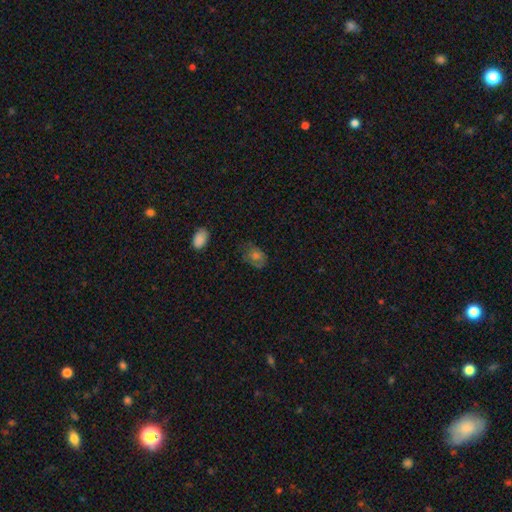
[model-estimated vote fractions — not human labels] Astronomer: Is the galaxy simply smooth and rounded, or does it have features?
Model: smooth — 62%.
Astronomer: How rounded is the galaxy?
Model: in between — 71%.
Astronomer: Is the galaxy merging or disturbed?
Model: none — 62%.